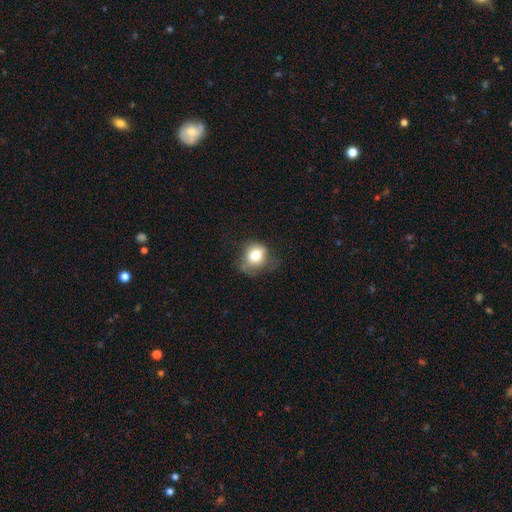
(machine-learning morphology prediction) smooth-or-featured: smooth: 76% | featured or disk: 14% | star or artifact: 10%
  how-rounded: round: 63% | in between: 36% | cigar-shaped: 1%
  merging: none: 49% | minor disturbance: 33% | major disturbance: 16% | merger: 2%